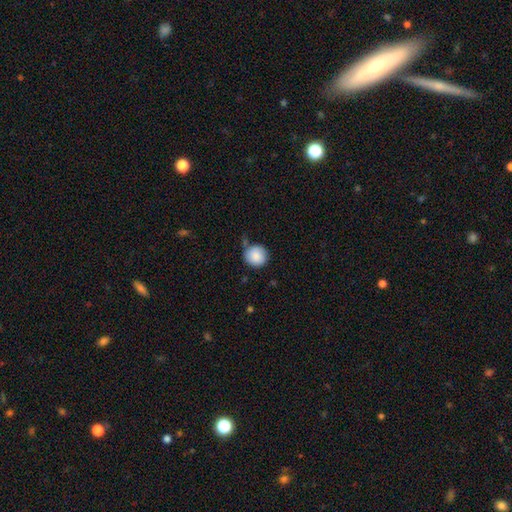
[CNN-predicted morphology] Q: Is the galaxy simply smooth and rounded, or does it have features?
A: smooth — 88%.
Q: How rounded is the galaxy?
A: round — 94%.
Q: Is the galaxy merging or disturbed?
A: none — 74%.